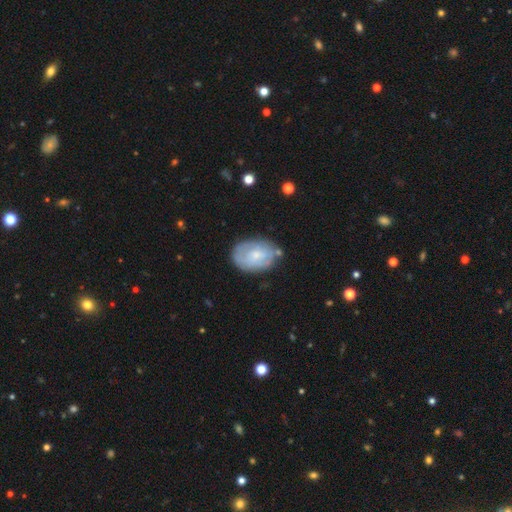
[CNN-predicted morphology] The model was most divided on "smooth or featured": smooth: 48%, featured or disk: 46%, star or artifact: 6%. More confident: merging — none (65%).